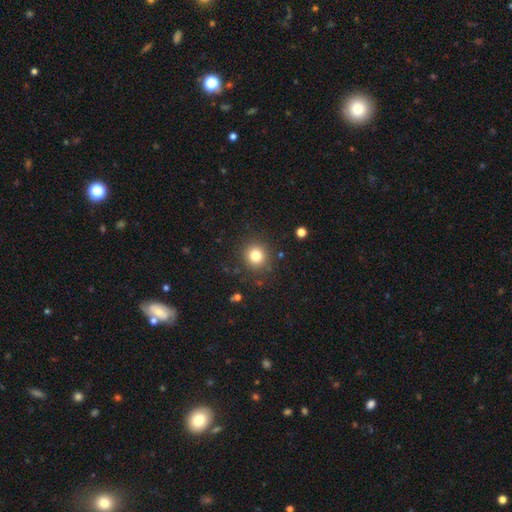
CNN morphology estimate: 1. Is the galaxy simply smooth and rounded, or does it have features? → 80% smooth, 13% star or artifact, 7% featured or disk.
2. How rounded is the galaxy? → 90% round, 9% in between, 1% cigar-shaped.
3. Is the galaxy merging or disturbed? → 88% none, 8% minor disturbance, 3% major disturbance, 2% merger.